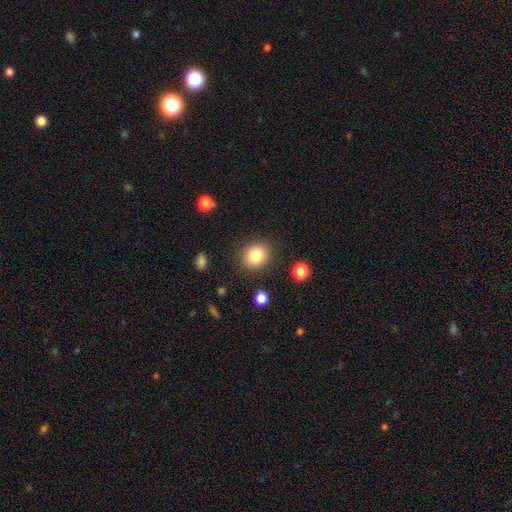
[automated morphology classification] Smooth or featured?
  - smooth: 83% *
  - star or artifact: 10%
  - featured or disk: 7%
How rounded?
  - round: 74% *
  - in between: 25%
  - cigar-shaped: 1%
Merging?
  - none: 86% *
  - minor disturbance: 8%
  - major disturbance: 3%
  - merger: 2%